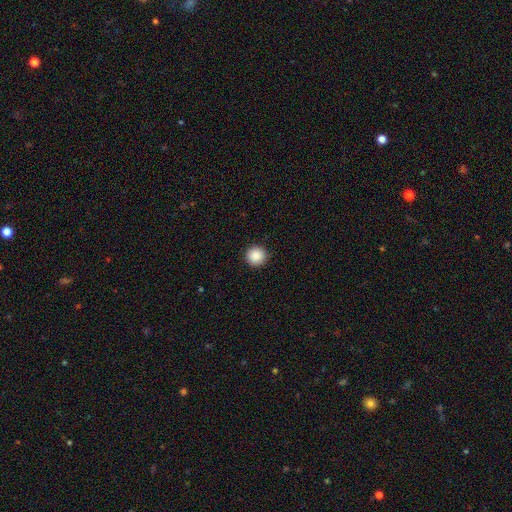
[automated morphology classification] Overall: smooth (89%). How rounded: round (96%). Merging: none (92%).